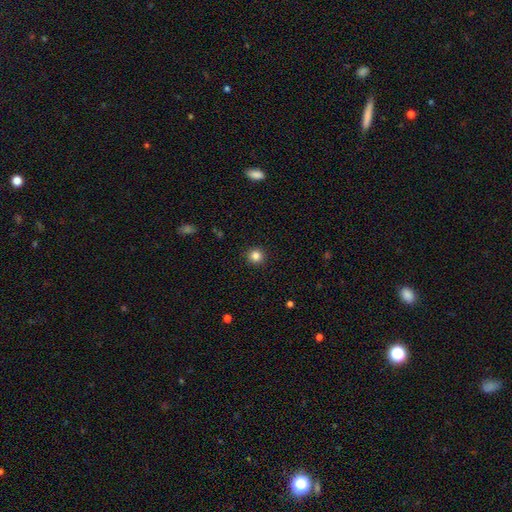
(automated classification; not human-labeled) A smooth galaxy with no disk features (83%) that is round (94%).

Vote fractions:
- Smooth or featured? smooth: 83% / star or artifact: 12% / featured or disk: 5%
- How rounded? round: 94% / in between: 5% / cigar-shaped: 1%
- Merging? none: 92% / minor disturbance: 5% / major disturbance: 2% / merger: 1%